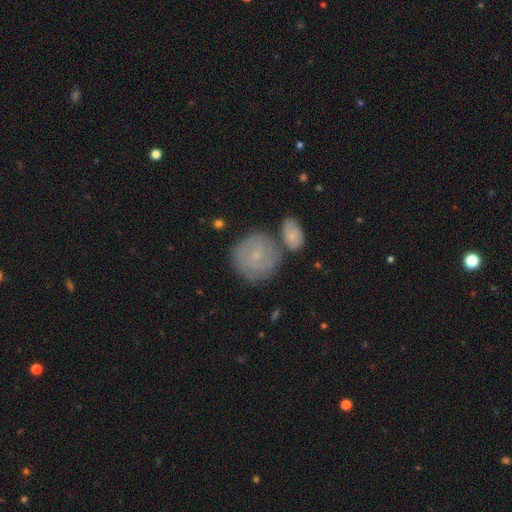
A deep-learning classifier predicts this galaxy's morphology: smooth_or_featured: smooth (p=0.52) [alt: featured or disk p=0.40]
how_rounded: round (p=0.87) [alt: in between p=0.11]
merging: none (p=0.57) [alt: merger p=0.24]